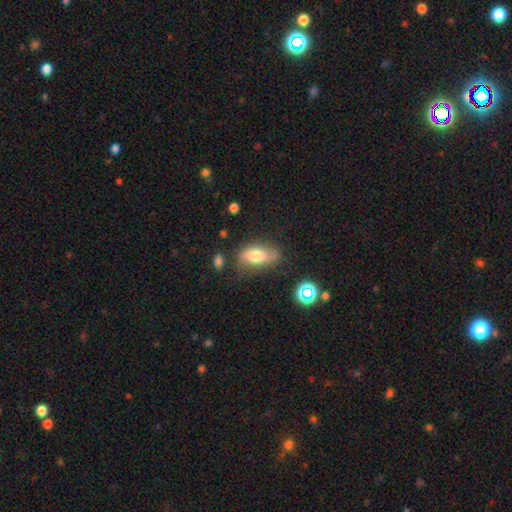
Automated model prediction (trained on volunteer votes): A smooth galaxy with no disk features (65%) that is in between round and cigar-shaped (86%).

Vote fractions:
- Smooth or featured? smooth: 65% / featured or disk: 25% / star or artifact: 10%
- How rounded? in between: 86% / cigar-shaped: 8% / round: 6%
- Merging? none: 59% / minor disturbance: 26% / major disturbance: 10% / merger: 4%